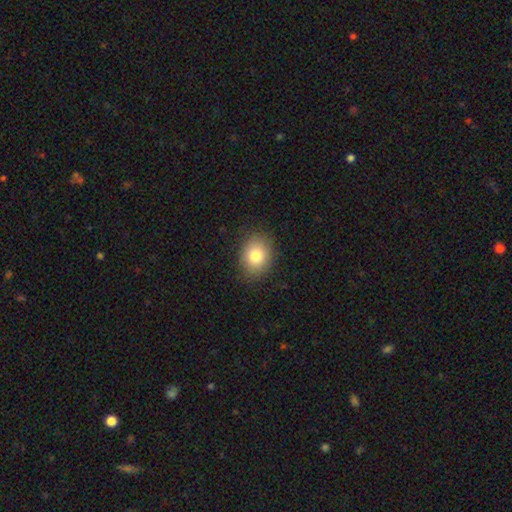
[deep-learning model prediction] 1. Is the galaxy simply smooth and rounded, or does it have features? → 81% smooth, 9% star or artifact, 9% featured or disk.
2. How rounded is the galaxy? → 50% in between, 49% round, 1% cigar-shaped.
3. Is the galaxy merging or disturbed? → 87% none, 9% minor disturbance, 3% major disturbance, 1% merger.